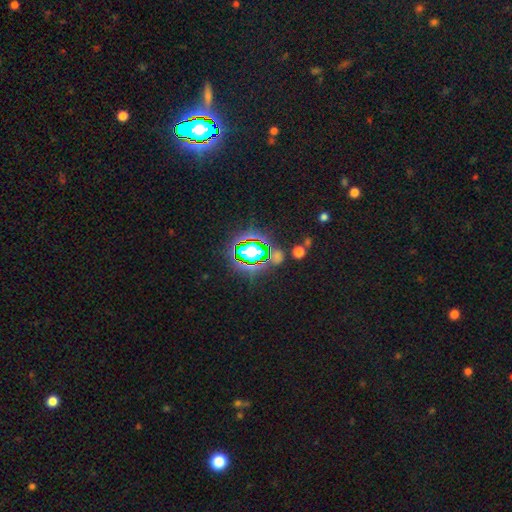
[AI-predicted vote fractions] This appears to be a star or artifact, not a galaxy (81%).